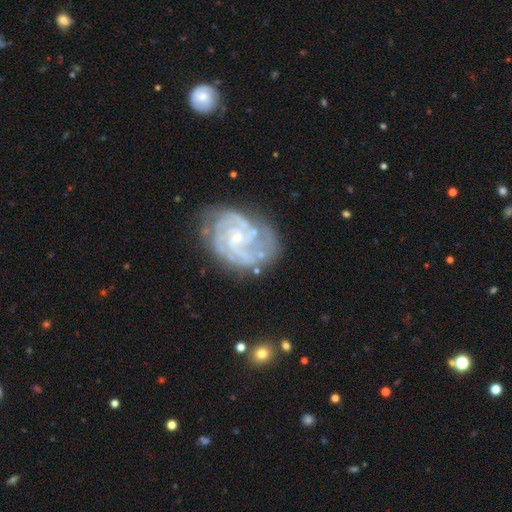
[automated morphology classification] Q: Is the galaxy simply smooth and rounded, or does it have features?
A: featured or disk — 89%.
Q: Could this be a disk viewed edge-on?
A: no — 98%.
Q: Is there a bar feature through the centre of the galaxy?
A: no — 62%.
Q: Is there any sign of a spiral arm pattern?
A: yes — 97%.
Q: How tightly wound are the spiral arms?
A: tight — 63%.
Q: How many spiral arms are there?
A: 3 — 28%.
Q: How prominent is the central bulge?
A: small — 79%.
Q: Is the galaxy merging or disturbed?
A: none — 68%.